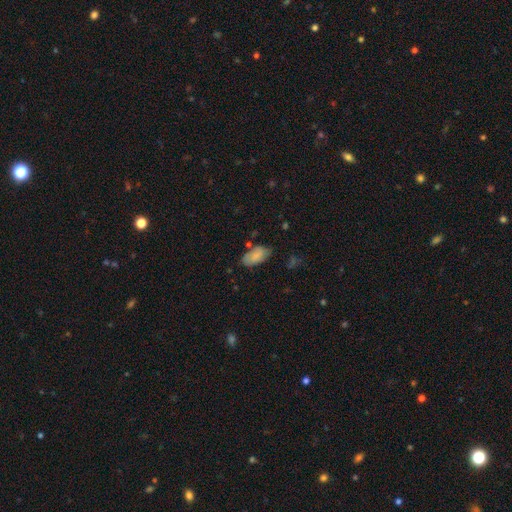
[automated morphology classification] smooth_or_featured: smooth (p=0.79) [alt: featured or disk p=0.14]
how_rounded: in between (p=0.94) [alt: cigar-shaped p=0.03]
merging: none (p=0.70) [alt: minor disturbance p=0.21]